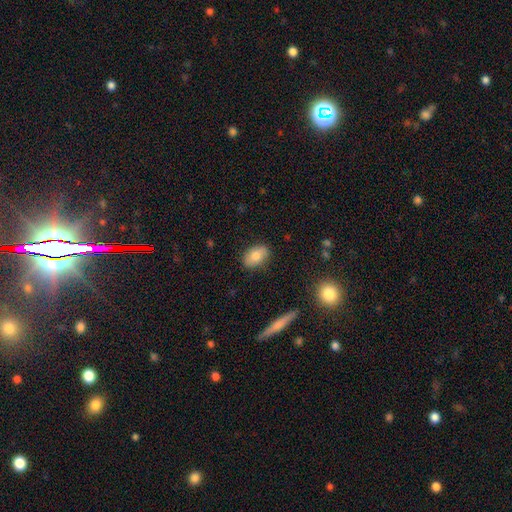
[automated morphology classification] Smooth or featured?
  - smooth: 77% *
  - featured or disk: 15%
  - star or artifact: 8%
How rounded?
  - in between: 84% *
  - round: 14%
  - cigar-shaped: 2%
Merging?
  - none: 85% *
  - minor disturbance: 11%
  - major disturbance: 2%
  - merger: 2%